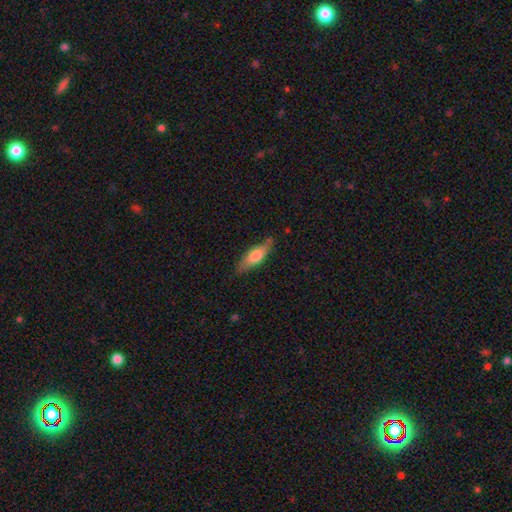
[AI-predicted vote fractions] Smooth or featured?
  - smooth: 66% *
  - featured or disk: 29%
  - star or artifact: 6%
How rounded?
  - in between: 52% *
  - cigar-shaped: 46%
  - round: 2%
Merging?
  - none: 76% *
  - minor disturbance: 19%
  - major disturbance: 3%
  - merger: 2%